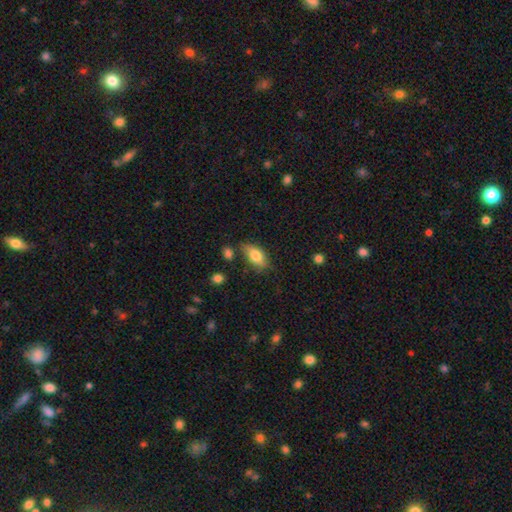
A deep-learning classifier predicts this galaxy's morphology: A smooth galaxy with no disk features (77%) that is in between round and cigar-shaped (87%).

Vote fractions:
- Smooth or featured? smooth: 77% / featured or disk: 16% / star or artifact: 7%
- How rounded? in between: 87% / cigar-shaped: 9% / round: 4%
- Merging? none: 67% / minor disturbance: 22% / merger: 6% / major disturbance: 6%